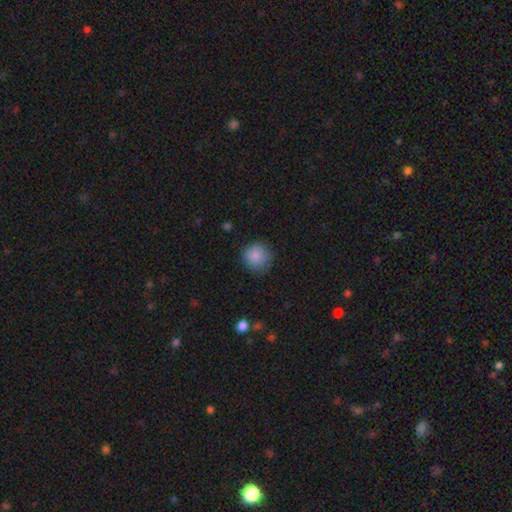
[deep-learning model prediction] smooth-or-featured: smooth: 87% | star or artifact: 9% | featured or disk: 4%
  how-rounded: round: 91% | in between: 8% | cigar-shaped: 1%
  merging: none: 83% | minor disturbance: 13% | major disturbance: 3% | merger: 1%